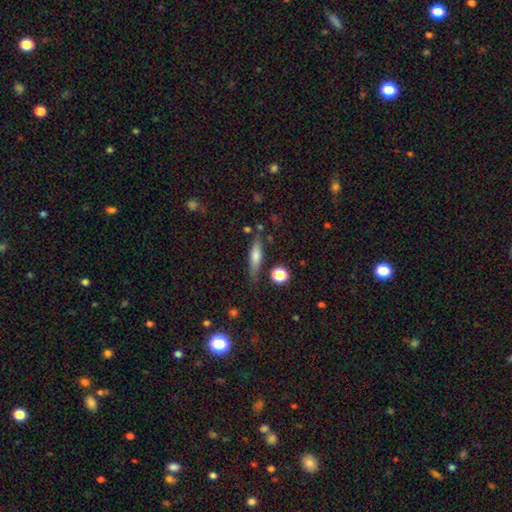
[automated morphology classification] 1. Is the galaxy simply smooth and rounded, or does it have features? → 55% smooth, 36% featured or disk, 9% star or artifact.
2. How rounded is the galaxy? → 71% cigar-shaped, 26% in between, 3% round.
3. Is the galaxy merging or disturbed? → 77% none, 14% minor disturbance, 5% merger, 4% major disturbance.